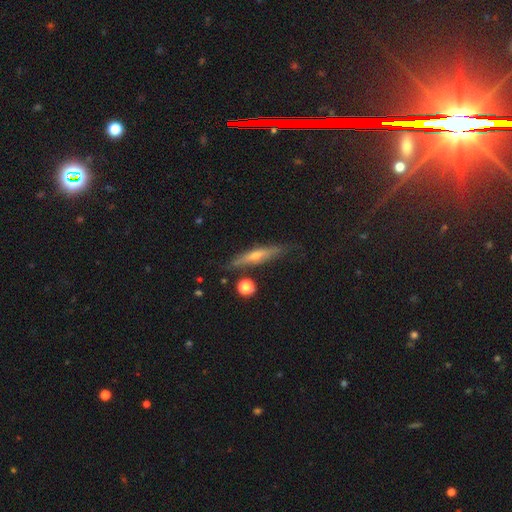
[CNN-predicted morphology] Smooth or featured?
  - featured or disk: 63% *
  - smooth: 29%
  - star or artifact: 8%
Edge-on disk?
  - yes: 92% *
  - no: 8%
Edge-on bulge?
  - rounded: 77% *
  - none: 18%
  - boxy: 5%
Merging?
  - none: 80% *
  - minor disturbance: 14%
  - major disturbance: 3%
  - merger: 3%